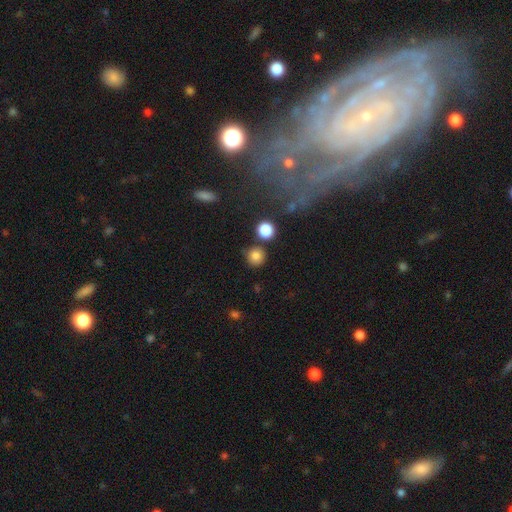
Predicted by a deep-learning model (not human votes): Morphology: type=smooth (82%); roundness=round (92%); merging=none (80%).